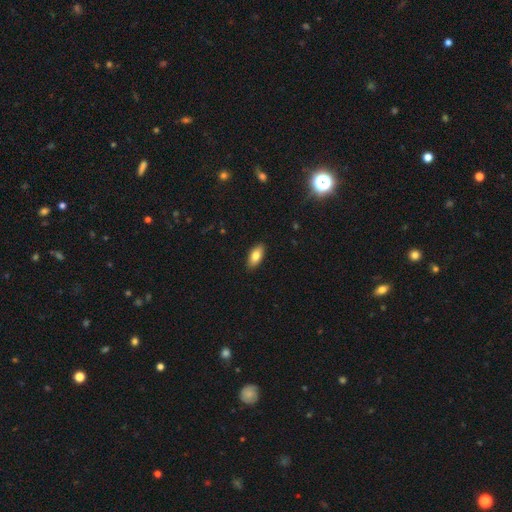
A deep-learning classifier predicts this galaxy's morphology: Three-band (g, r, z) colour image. It shows a smooth galaxy with no disk features (80%) that is in between round and cigar-shaped (88%). Merging: none (90%).